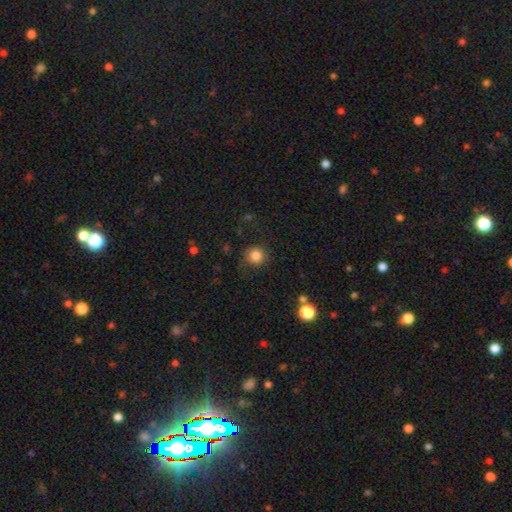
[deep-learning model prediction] A smooth galaxy with no disk features (84%) that is round (91%). Merging: none (78%).